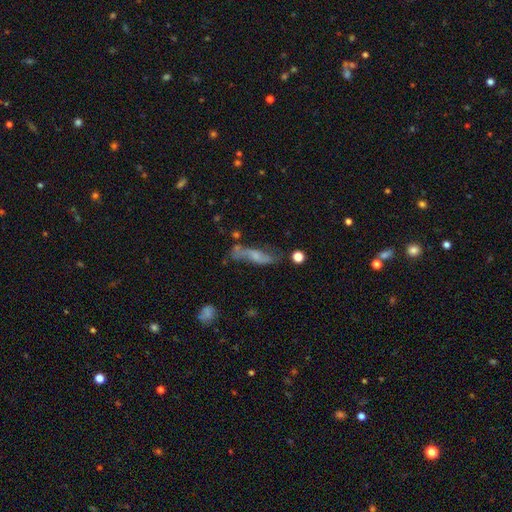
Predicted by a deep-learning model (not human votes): A featured or disk galaxy (53%).

Vote fractions:
- Smooth or featured? featured or disk: 53% / smooth: 38% / star or artifact: 10%
- Edge-on disk? no: 69% / yes: 31%
- Merging? none: 50% / minor disturbance: 26% / major disturbance: 16% / merger: 9%